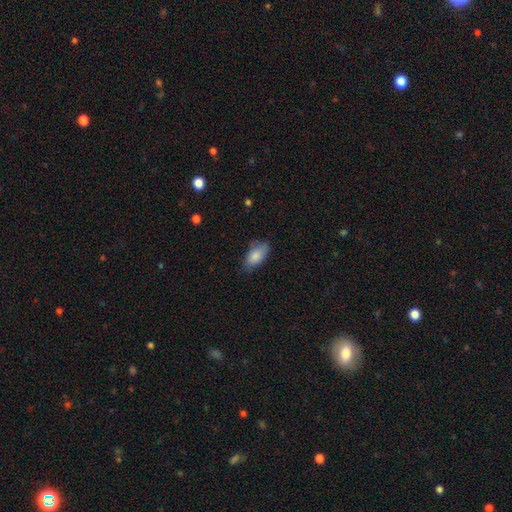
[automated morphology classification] smooth_or_featured: smooth (p=0.83) [alt: featured or disk p=0.10]
how_rounded: in between (p=0.91) [alt: cigar-shaped p=0.05]
merging: none (p=0.66) [alt: minor disturbance p=0.27]